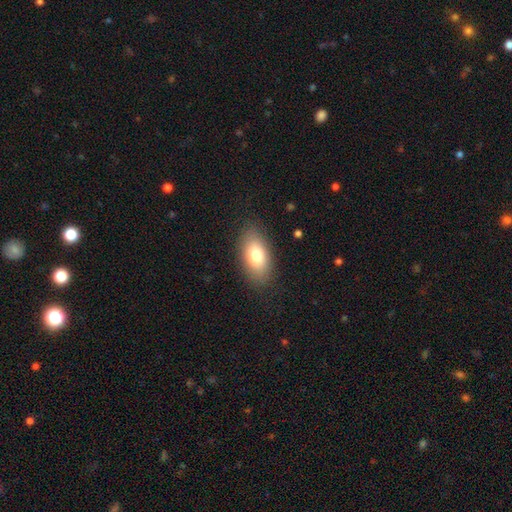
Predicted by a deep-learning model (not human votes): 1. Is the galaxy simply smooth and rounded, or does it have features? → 78% smooth, 15% featured or disk, 8% star or artifact.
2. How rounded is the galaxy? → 91% in between, 5% round, 4% cigar-shaped.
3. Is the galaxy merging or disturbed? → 86% none, 10% minor disturbance, 3% major disturbance, 1% merger.